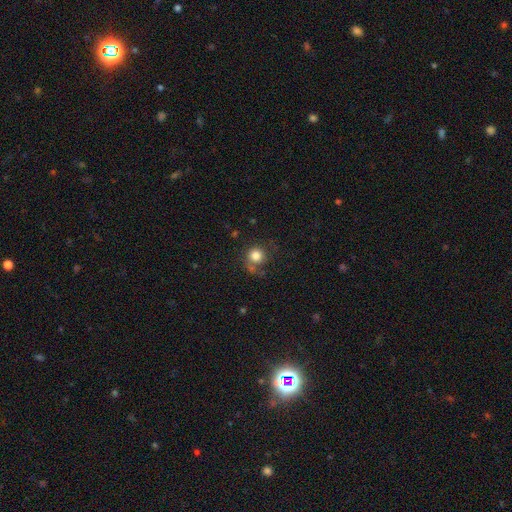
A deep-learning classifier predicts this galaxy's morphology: Smooth or featured: smooth — 81% (star or artifact — 10%)
How rounded: round — 90% (in between — 9%)
Merging: none — 64% (minor disturbance — 18%)